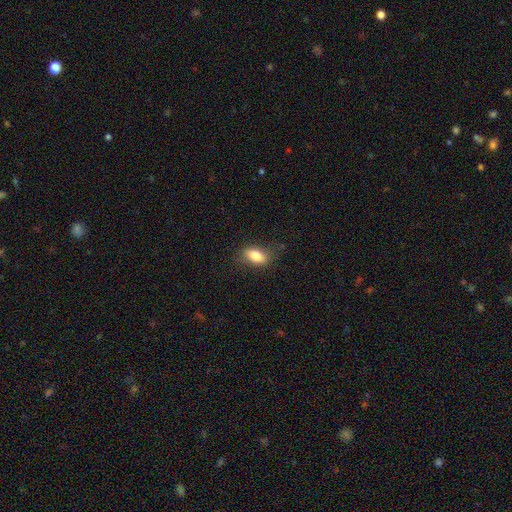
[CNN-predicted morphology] A smooth galaxy with no disk features (81%) that is in between round and cigar-shaped (85%). Merging: none (76%).